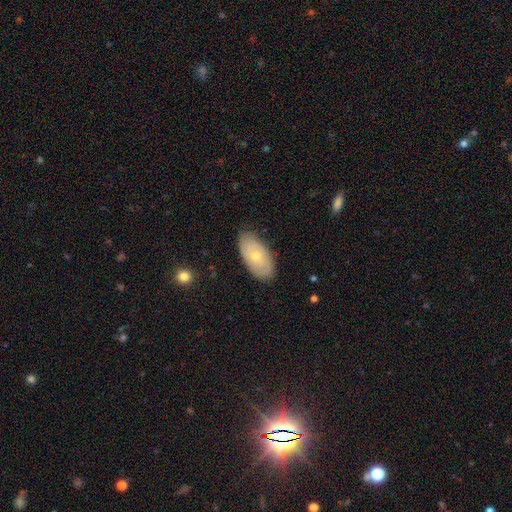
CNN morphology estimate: Smooth or featured?
  - smooth: 52% *
  - featured or disk: 41%
  - star or artifact: 6%
How rounded?
  - in between: 93% *
  - round: 4%
  - cigar-shaped: 3%
Merging?
  - none: 80% *
  - minor disturbance: 16%
  - major disturbance: 3%
  - merger: 1%